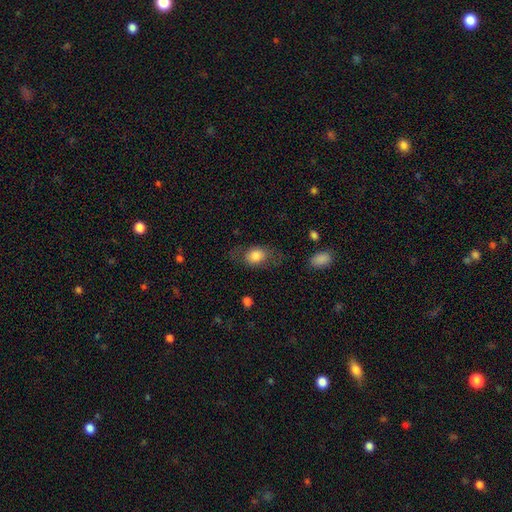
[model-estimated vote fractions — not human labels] Smooth or featured: smooth — 77% (featured or disk — 15%)
How rounded: in between — 70% (round — 28%)
Merging: none — 67% (minor disturbance — 19%)